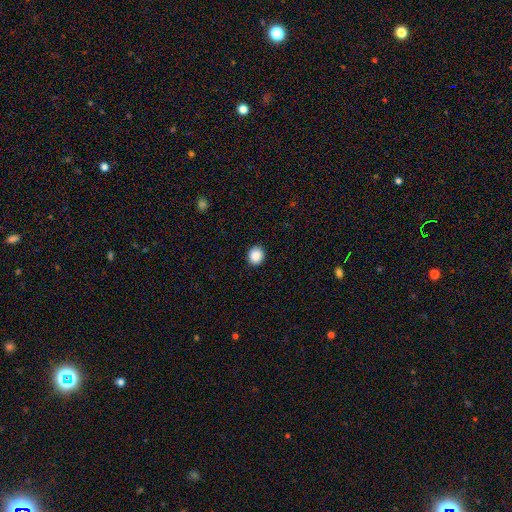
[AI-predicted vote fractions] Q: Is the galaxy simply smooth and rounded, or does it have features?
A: smooth — 89%.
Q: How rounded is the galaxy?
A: round — 79%.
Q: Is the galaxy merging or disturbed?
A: none — 92%.